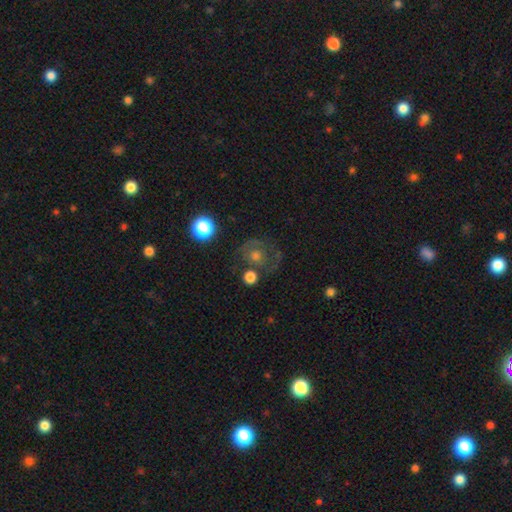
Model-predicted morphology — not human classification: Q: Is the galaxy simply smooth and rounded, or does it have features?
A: smooth — 46%.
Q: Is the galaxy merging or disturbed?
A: none — 59%.